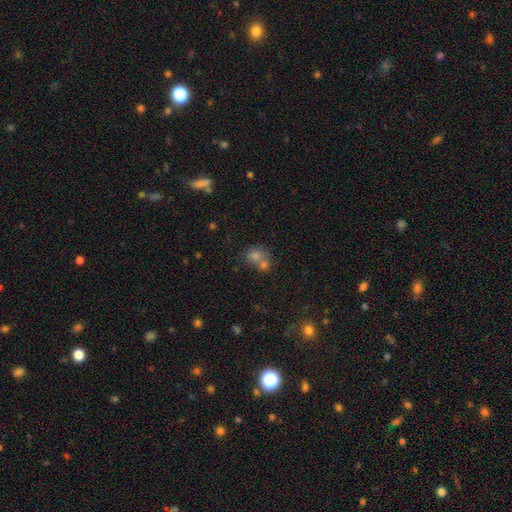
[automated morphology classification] This appears to be a smooth galaxy with no disk features (66%) that is round (70%). Merging: merger (48%).